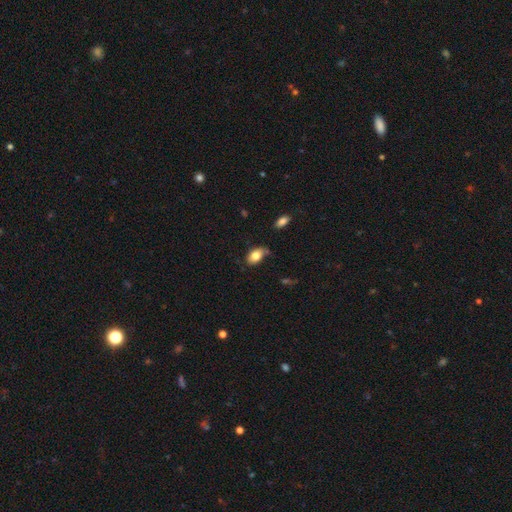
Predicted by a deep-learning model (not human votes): Smooth or featured? smooth (81%)
How rounded? in between (88%)
Merging? none (59%)